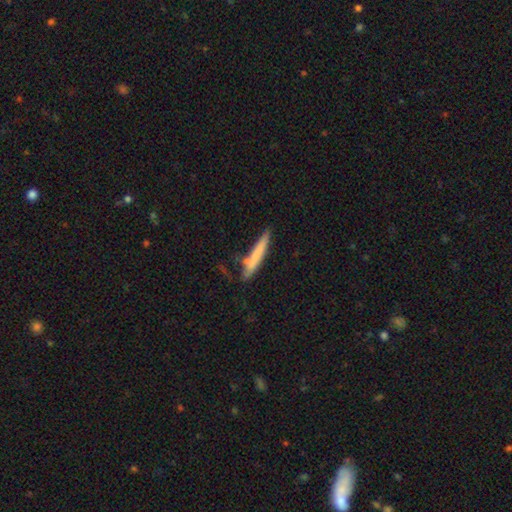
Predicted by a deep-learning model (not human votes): Smooth or featured?
  - smooth: 67% *
  - featured or disk: 26%
  - star or artifact: 6%
How rounded?
  - cigar-shaped: 93% *
  - in between: 5%
  - round: 1%
Merging?
  - none: 67% *
  - minor disturbance: 19%
  - merger: 9%
  - major disturbance: 5%